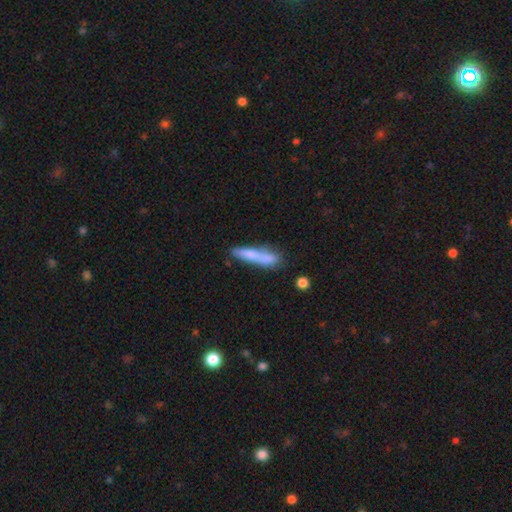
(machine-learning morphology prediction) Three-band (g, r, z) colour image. It shows a smooth galaxy with no disk features (71%) that is cigar-shaped (88%). Merging: none (64%).